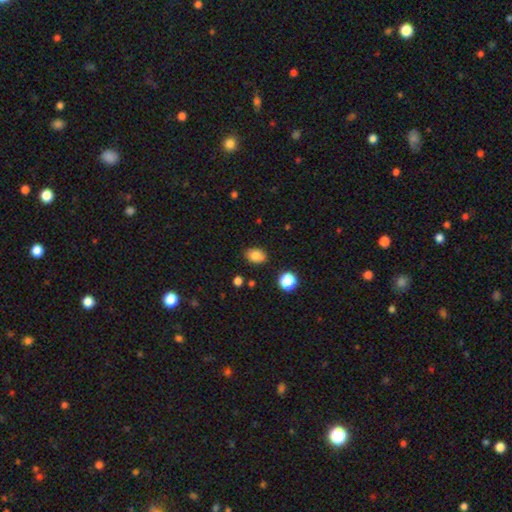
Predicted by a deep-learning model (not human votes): smooth_or_featured: smooth (p=0.82) [alt: star or artifact p=0.11]
how_rounded: in between (p=0.74) [alt: round p=0.25]
merging: none (p=0.84) [alt: minor disturbance p=0.11]